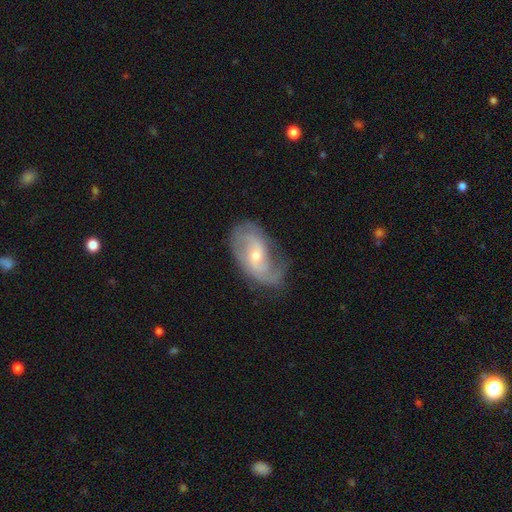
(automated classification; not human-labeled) A featured or disk galaxy (80%) with no bar (45%), 2 (62%) medium (42%) spiral arms (91%) and a small central bulge (57%). Merging: none (59%).